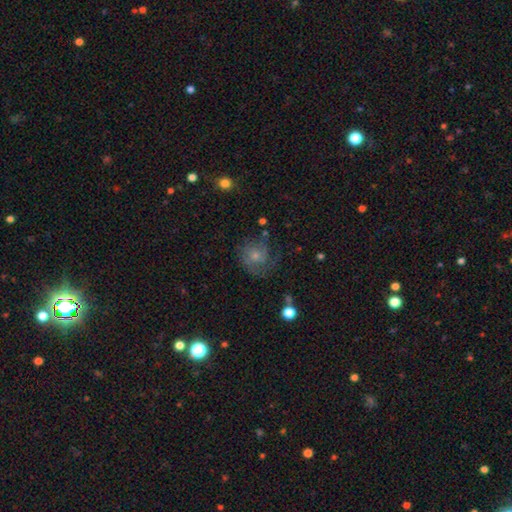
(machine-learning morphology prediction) Smooth or featured?
  - featured or disk: 46% *
  - smooth: 43%
  - star or artifact: 11%
Merging?
  - none: 53% *
  - minor disturbance: 24%
  - major disturbance: 21%
  - merger: 3%